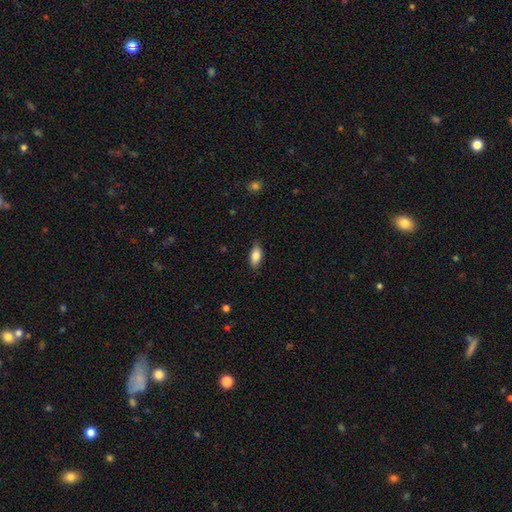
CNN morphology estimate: A smooth galaxy with no disk features (83%) that is in between round and cigar-shaped (89%). Merging: none (84%).